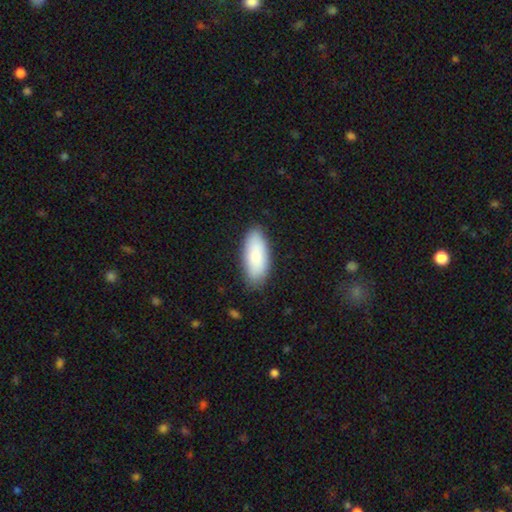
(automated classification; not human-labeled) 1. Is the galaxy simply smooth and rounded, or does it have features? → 84% smooth, 11% featured or disk, 6% star or artifact.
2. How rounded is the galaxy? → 85% in between, 14% cigar-shaped, 2% round.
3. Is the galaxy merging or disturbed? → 84% none, 12% minor disturbance, 2% major disturbance, 1% merger.